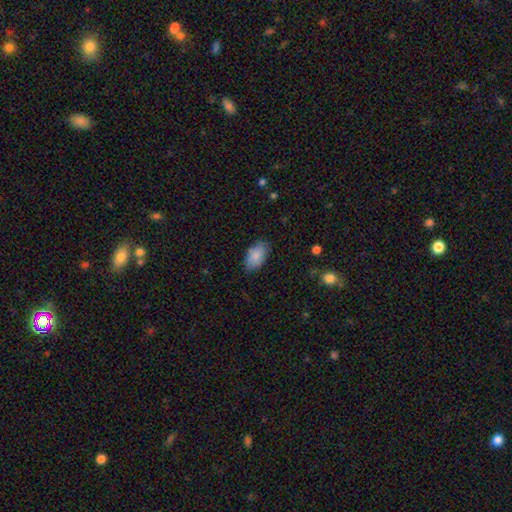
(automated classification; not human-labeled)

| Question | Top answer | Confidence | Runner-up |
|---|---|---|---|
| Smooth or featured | smooth | 87% | featured or disk (7%) |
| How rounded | in between | 94% | round (4%) |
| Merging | none | 81% | minor disturbance (14%) |